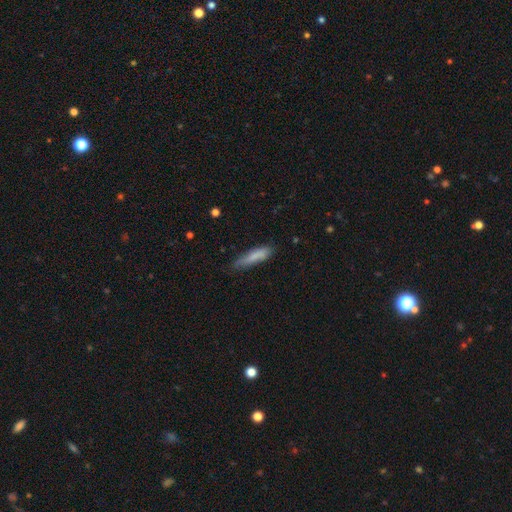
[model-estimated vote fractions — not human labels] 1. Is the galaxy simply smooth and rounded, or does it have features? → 79% smooth, 15% featured or disk, 6% star or artifact.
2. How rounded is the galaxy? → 79% cigar-shaped, 19% in between, 1% round.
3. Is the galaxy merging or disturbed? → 70% none, 23% minor disturbance, 4% major disturbance, 2% merger.